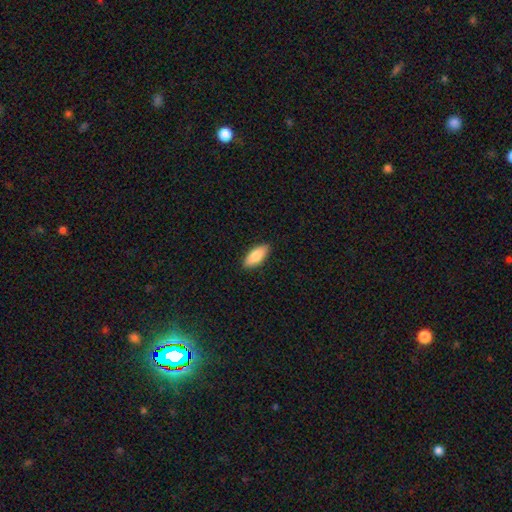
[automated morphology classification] Smooth or featured? smooth (84%)
How rounded? in between (80%)
Merging? none (89%)